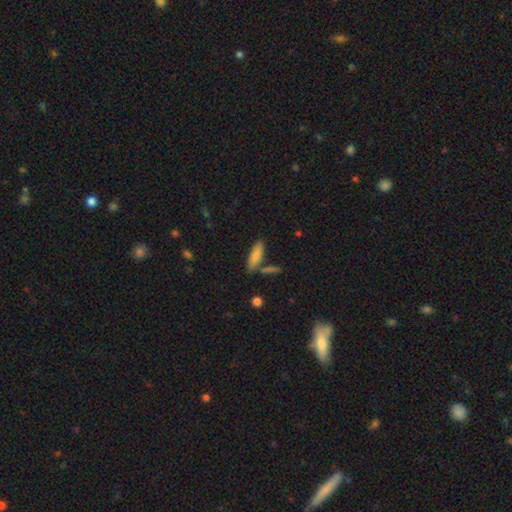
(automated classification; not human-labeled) Smooth or featured?
  - smooth: 80% *
  - featured or disk: 13%
  - star or artifact: 7%
How rounded?
  - cigar-shaped: 58% *
  - in between: 40%
  - round: 2%
Merging?
  - none: 70% *
  - merger: 13%
  - minor disturbance: 13%
  - major disturbance: 3%